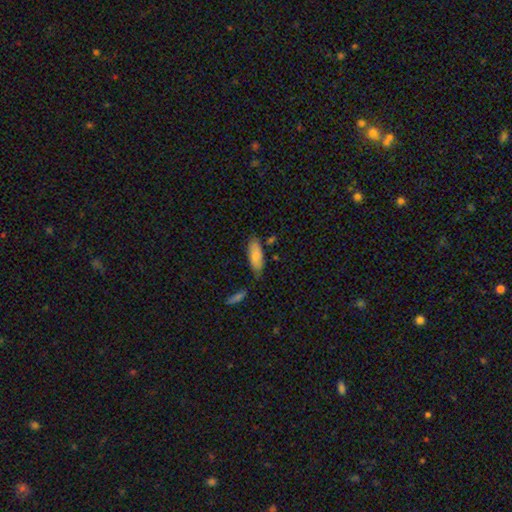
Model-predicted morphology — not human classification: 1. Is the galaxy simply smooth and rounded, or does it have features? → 79% smooth, 15% featured or disk, 6% star or artifact.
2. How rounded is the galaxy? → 76% in between, 23% cigar-shaped, 2% round.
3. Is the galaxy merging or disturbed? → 69% none, 20% minor disturbance, 7% merger, 4% major disturbance.